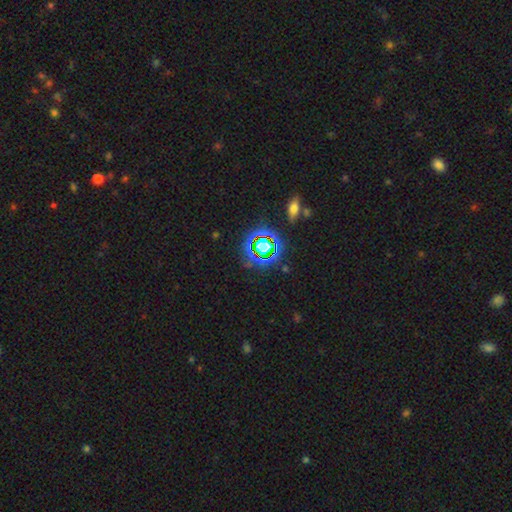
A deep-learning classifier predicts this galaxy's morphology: Smooth or featured: star or artifact — 70% (smooth — 19%)